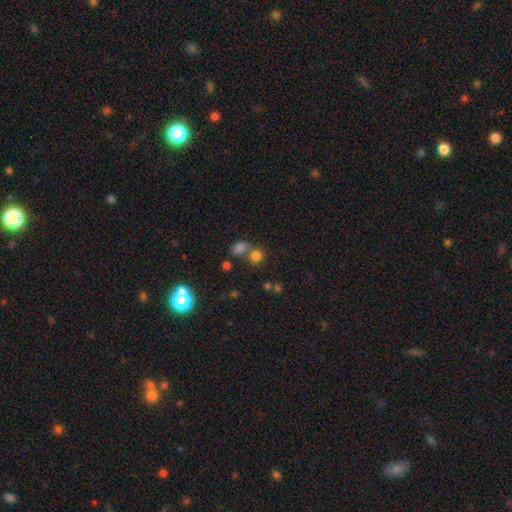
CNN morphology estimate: This appears to be a smooth galaxy with no disk features (75%) that is round (83%). Merging: none (51%).